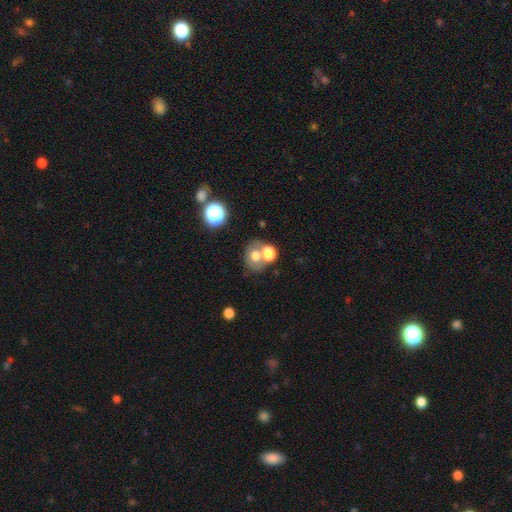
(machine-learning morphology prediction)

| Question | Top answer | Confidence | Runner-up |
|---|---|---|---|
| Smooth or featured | smooth | 65% | featured or disk (22%) |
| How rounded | round | 54% | in between (45%) |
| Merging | none | 44% | merger (39%) |